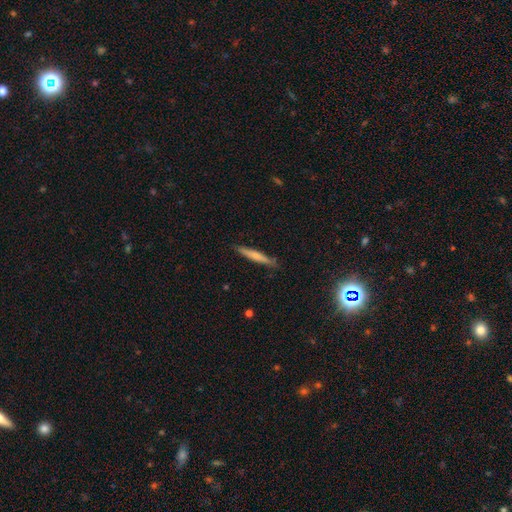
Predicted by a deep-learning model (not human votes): A smooth galaxy with no disk features (60%) that is cigar-shaped (94%). Merging: none (85%).